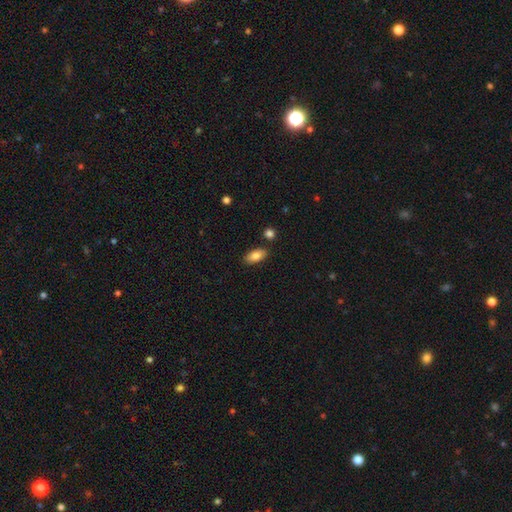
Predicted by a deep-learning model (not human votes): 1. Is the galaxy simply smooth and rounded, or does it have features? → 84% smooth, 8% featured or disk, 7% star or artifact.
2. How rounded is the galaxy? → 90% in between, 7% cigar-shaped, 3% round.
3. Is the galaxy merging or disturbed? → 84% none, 10% minor disturbance, 4% merger, 2% major disturbance.